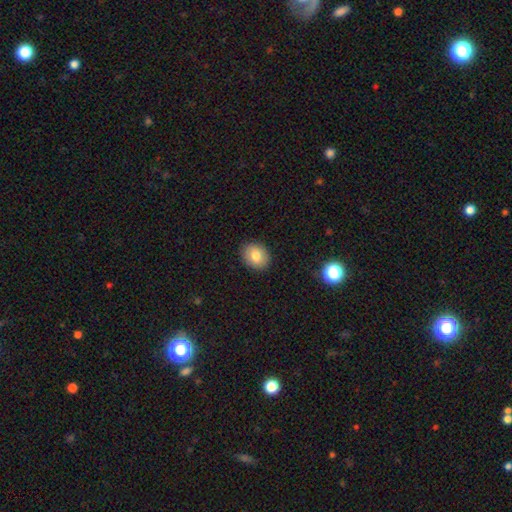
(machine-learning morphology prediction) type=smooth (79%); roundness=round (53%); merging=none (89%).